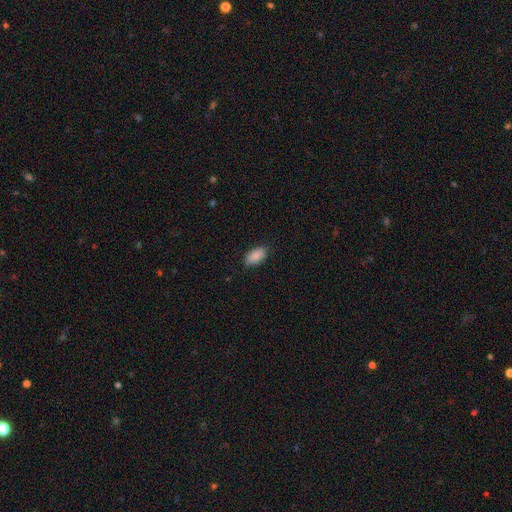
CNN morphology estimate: This appears to be a smooth galaxy with no disk features (89%) that is in between round and cigar-shaped (93%). Merging: none (84%).